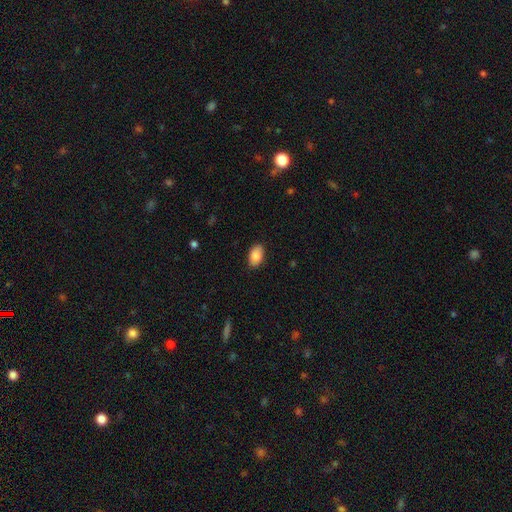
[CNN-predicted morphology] smooth-or-featured: smooth: 87% | star or artifact: 7% | featured or disk: 6%
  how-rounded: in between: 92% | round: 7% | cigar-shaped: 1%
  merging: none: 87% | minor disturbance: 10% | major disturbance: 2% | merger: 1%